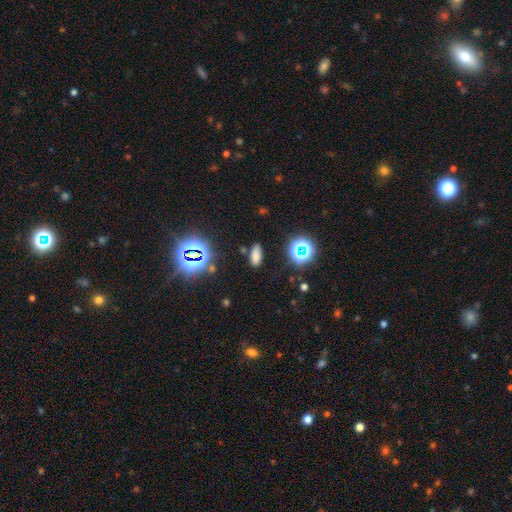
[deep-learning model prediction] Morphology: type=smooth (70%); roundness=in between (79%); merging=none (83%).